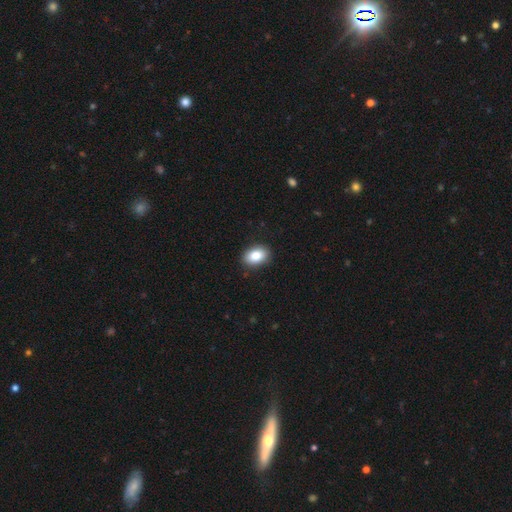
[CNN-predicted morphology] smooth-or-featured: smooth: 87% | star or artifact: 7% | featured or disk: 6%
  how-rounded: in between: 85% | round: 14% | cigar-shaped: 1%
  merging: none: 88% | minor disturbance: 9% | major disturbance: 2% | merger: 1%